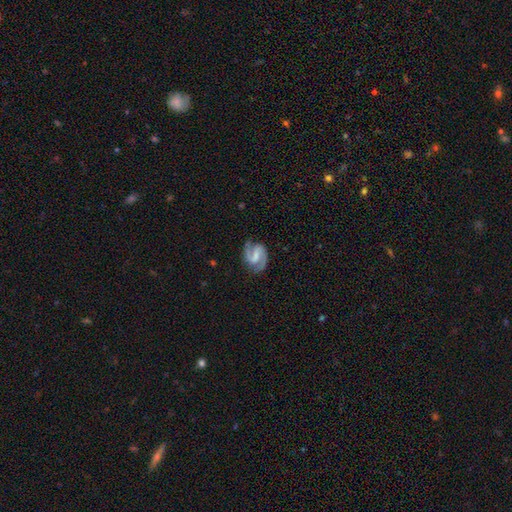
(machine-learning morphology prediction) smooth_or_featured: featured or disk (p=0.87) [alt: smooth p=0.08]
disk_edge_on: no (p=0.98) [alt: yes p=0.02]
bar: weak (p=0.46) [alt: strong p=0.39]
has_spiral_arms: yes (p=0.97) [alt: no p=0.03]
spiral_winding: medium (p=0.56) [alt: tight p=0.25]
spiral_arm_count: 2 (p=0.92) [alt: can't tell p=0.03]
bulge_size: small (p=0.35) [tied with: none p=0.35]
merging: none (p=0.78) [alt: minor disturbance p=0.15]